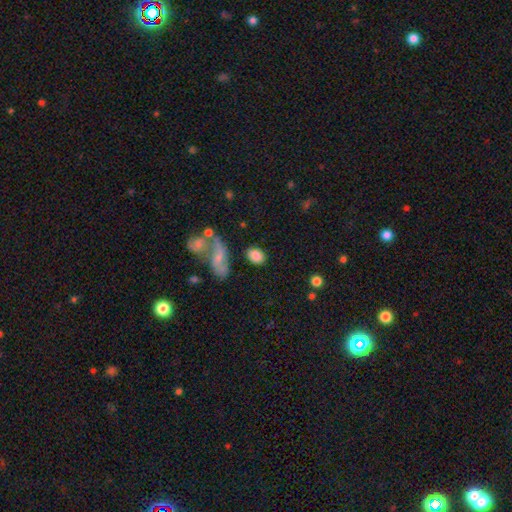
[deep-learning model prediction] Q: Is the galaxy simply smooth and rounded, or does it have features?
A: smooth — 82%.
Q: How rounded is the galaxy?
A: in between — 73%.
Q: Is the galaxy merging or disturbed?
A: none — 69%.